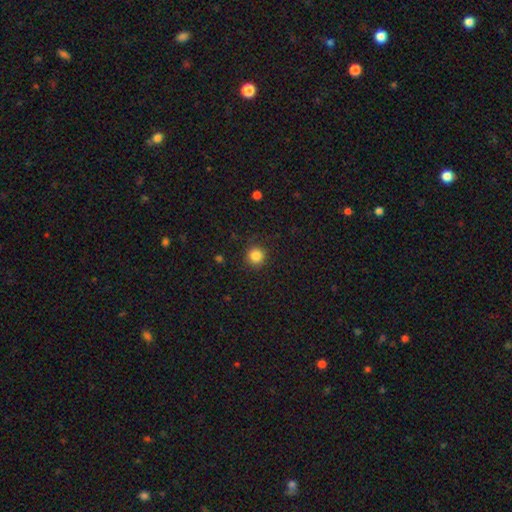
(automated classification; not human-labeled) smooth 85%, star or artifact 11%, featured or disk 4%. Down the decision tree: how rounded — round (94%); merging — none (89%).